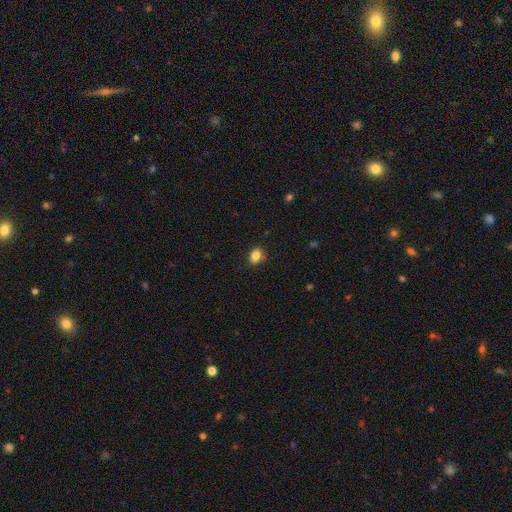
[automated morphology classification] Smooth or featured? Predicted: smooth (p=0.85). How rounded? Predicted: in between (p=0.70). Merging? Predicted: none (p=0.84).